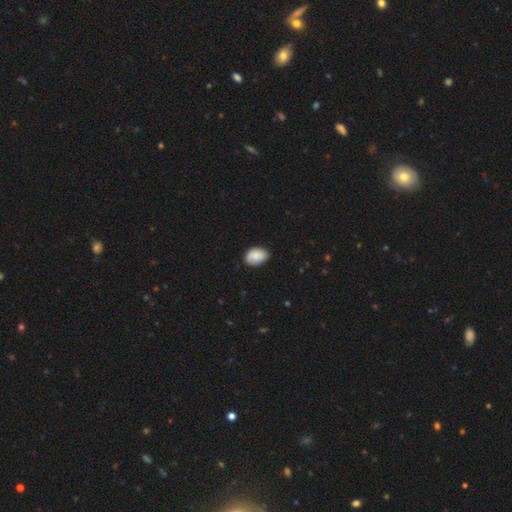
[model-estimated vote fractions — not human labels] This is likely a smooth galaxy (80%). How rounded: clearly in between (81%). Merging: likely none (79%).